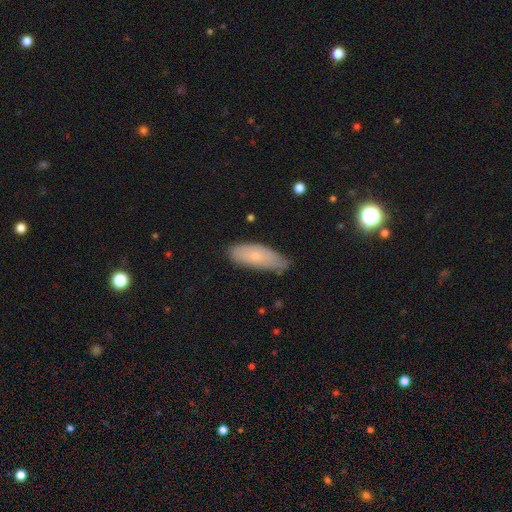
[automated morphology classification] smooth_or_featured: smooth (p=0.65) [alt: featured or disk p=0.28]
how_rounded: in between (p=0.69) [alt: cigar-shaped p=0.29]
merging: none (p=0.61) [alt: minor disturbance p=0.31]